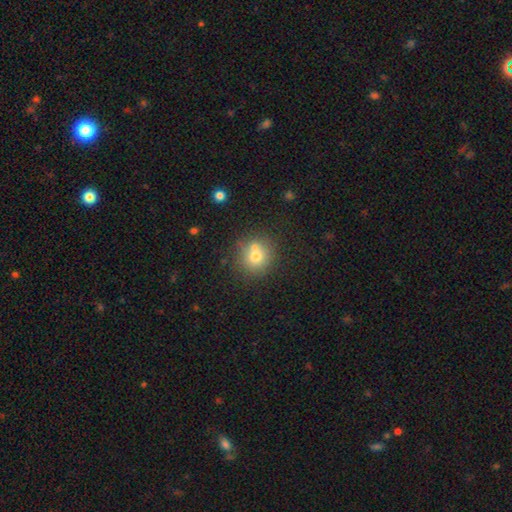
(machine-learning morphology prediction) This is likely a smooth galaxy (71%). How rounded: clearly round (89%). Merging: likely none (61%).